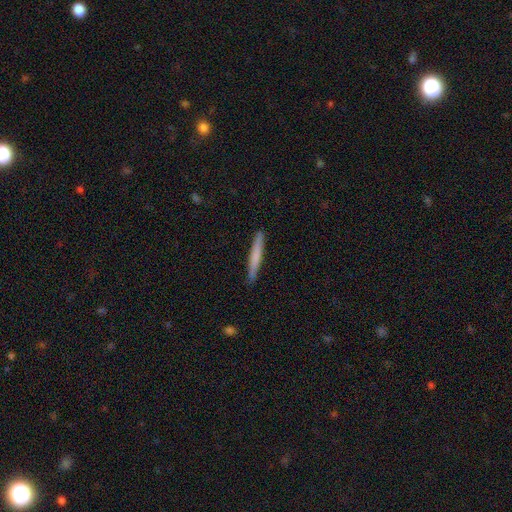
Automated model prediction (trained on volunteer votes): This is likely a smooth galaxy (66%). How rounded: clearly cigar-shaped (96%). Merging: clearly none (90%).